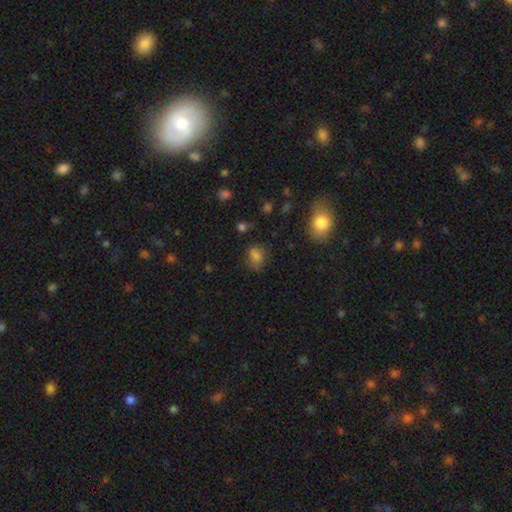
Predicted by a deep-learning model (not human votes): smooth 72%, star or artifact 16%, featured or disk 12%. Down the decision tree: how rounded — in between (55%); merging — none (56%).